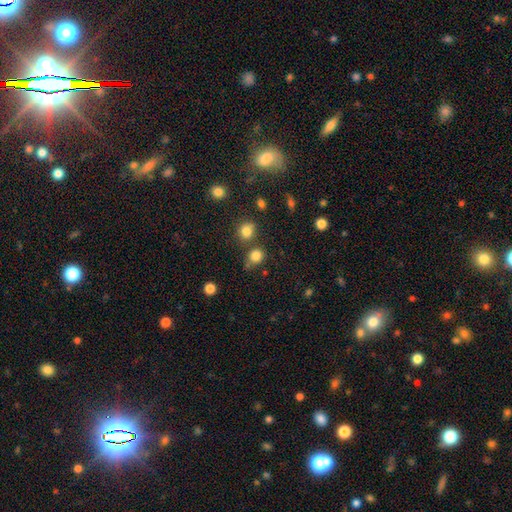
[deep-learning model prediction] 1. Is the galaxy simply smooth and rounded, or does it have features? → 81% smooth, 13% star or artifact, 5% featured or disk.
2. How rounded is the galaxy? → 77% round, 22% in between, 1% cigar-shaped.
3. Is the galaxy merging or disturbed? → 68% none, 14% merger, 14% minor disturbance, 4% major disturbance.